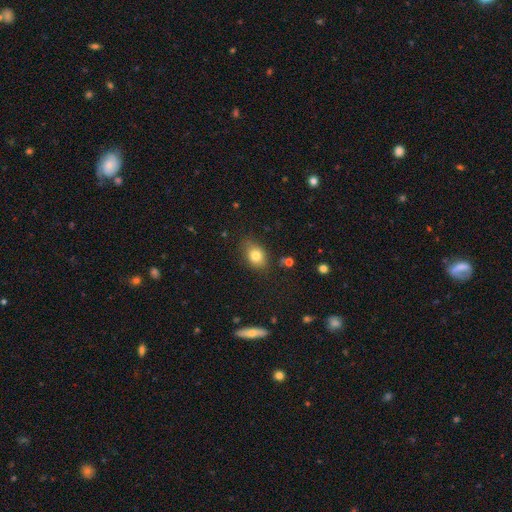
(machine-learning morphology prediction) smooth_or_featured: smooth (p=0.80) [alt: star or artifact p=0.11]
how_rounded: in between (p=0.62) [alt: round p=0.37]
merging: none (p=0.78) [alt: minor disturbance p=0.16]